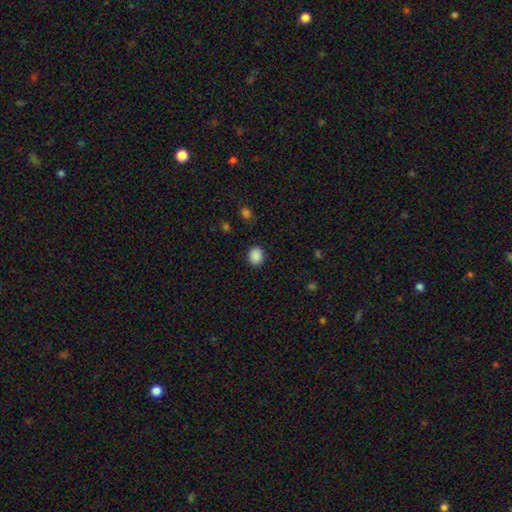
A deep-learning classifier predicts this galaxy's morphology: This appears to be a smooth galaxy with no disk features (88%) that is round (58%). Merging: none (88%).